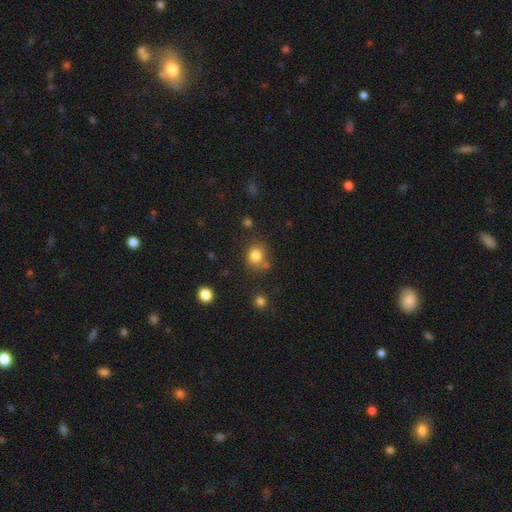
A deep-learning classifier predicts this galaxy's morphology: Smooth or featured: smooth — 81% (star or artifact — 12%)
How rounded: round — 75% (in between — 24%)
Merging: none — 68% (minor disturbance — 14%)